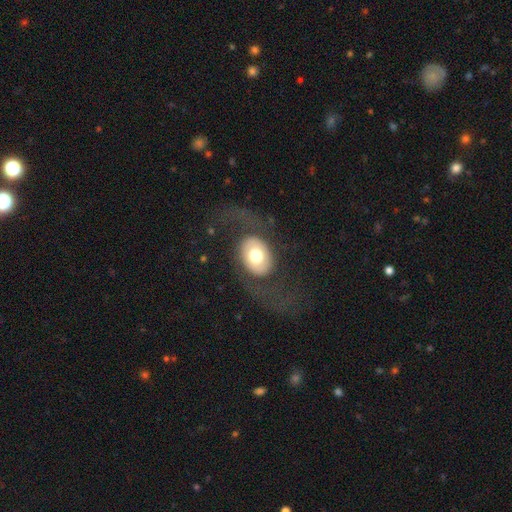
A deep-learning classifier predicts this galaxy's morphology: The model was most divided on "smooth or featured": featured or disk: 50%, smooth: 43%, star or artifact: 7%. More confident: edge-on disk — no (92%); merging — none (69%).